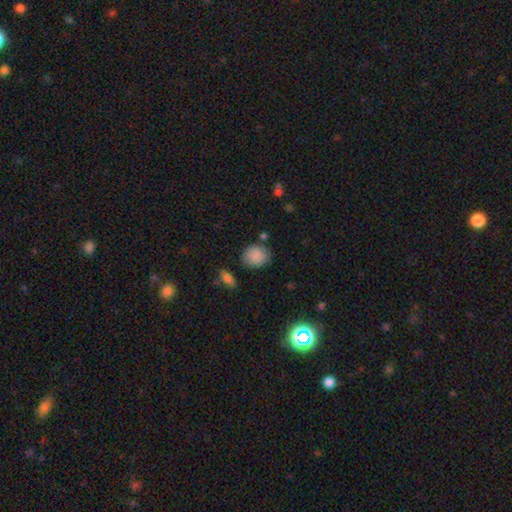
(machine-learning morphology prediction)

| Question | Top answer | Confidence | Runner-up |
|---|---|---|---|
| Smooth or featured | smooth | 87% | star or artifact (8%) |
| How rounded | round | 70% | in between (29%) |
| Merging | none | 78% | minor disturbance (14%) |